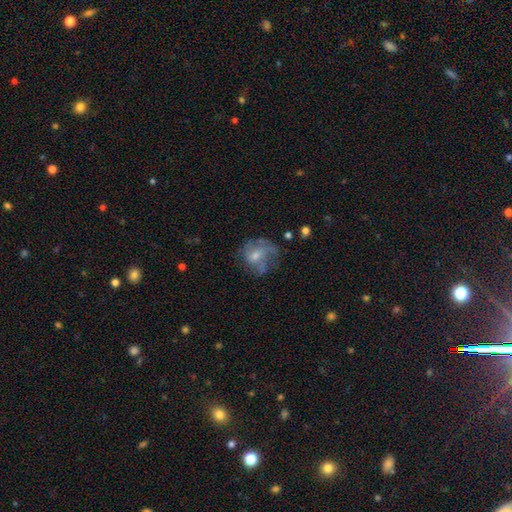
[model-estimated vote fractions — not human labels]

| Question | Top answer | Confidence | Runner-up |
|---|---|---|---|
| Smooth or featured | featured or disk | 57% | smooth (31%) |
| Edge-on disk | no | 97% | yes (3%) |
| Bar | no | 67% | weak (29%) |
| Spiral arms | yes | 65% | no (35%) |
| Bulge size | small | 48% | moderate (42%) |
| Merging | none | 52% | minor disturbance (23%) |